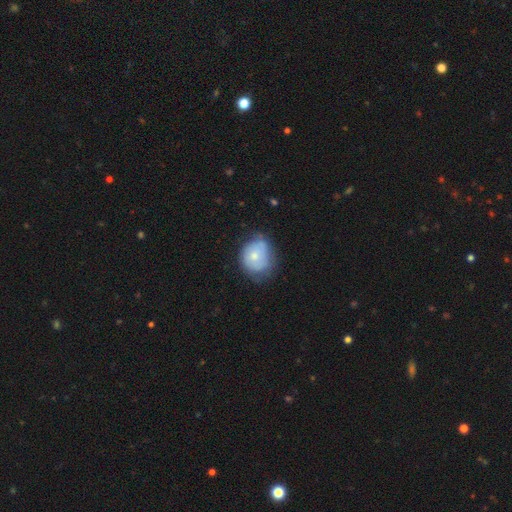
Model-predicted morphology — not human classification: type=smooth (63%); roundness=round (63%); merging=none (46%).